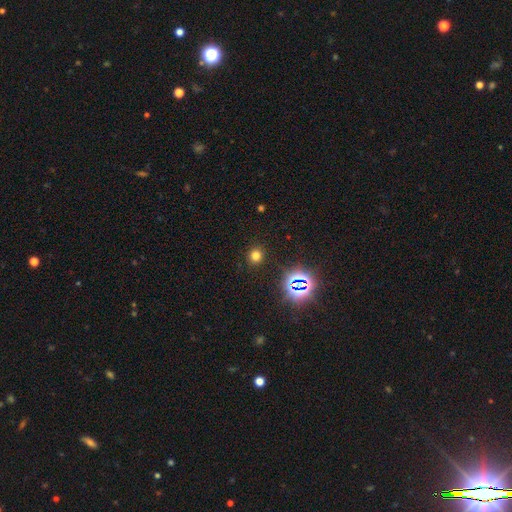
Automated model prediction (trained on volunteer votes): smooth_or_featured: smooth (p=0.70) [alt: star or artifact p=0.24]
how_rounded: round (p=0.86) [alt: in between p=0.13]
merging: none (p=0.90) [alt: minor disturbance p=0.06]